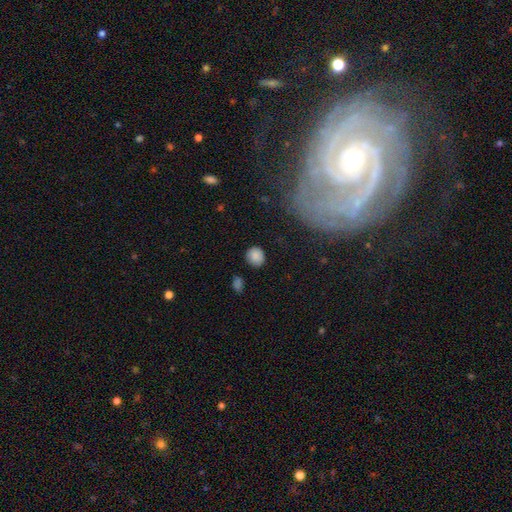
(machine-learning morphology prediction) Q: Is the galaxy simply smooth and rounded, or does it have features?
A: smooth — 86%.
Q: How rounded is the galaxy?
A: round — 80%.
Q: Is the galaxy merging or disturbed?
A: none — 85%.